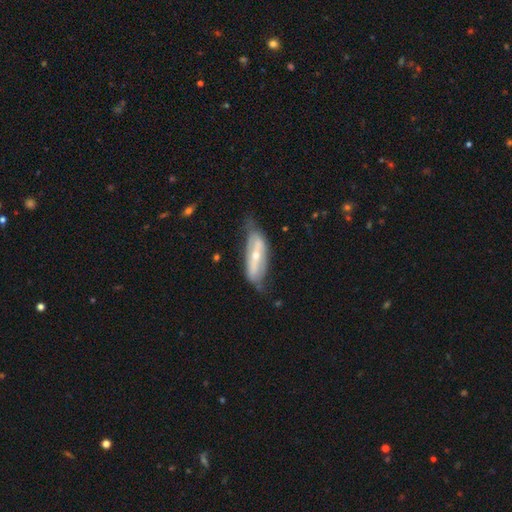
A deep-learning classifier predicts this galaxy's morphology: Smooth or featured: featured or disk — 71% (smooth — 23%)
Edge-on disk: no — 77% (yes — 23%)
Bar: strong — 54% (weak — 24%)
Spiral arms: yes — 62% (no — 38%)
Bulge size: small — 53% (moderate — 43%)
Merging: none — 57% (minor disturbance — 28%)